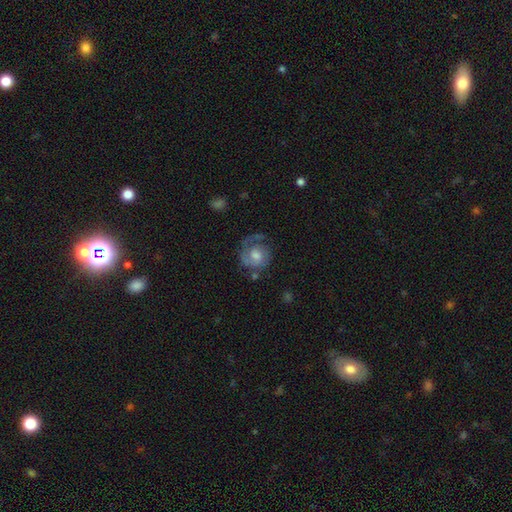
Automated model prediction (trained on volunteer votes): Smooth or featured?
  - featured or disk: 74% *
  - smooth: 19%
  - star or artifact: 7%
Edge-on disk?
  - no: 98% *
  - yes: 2%
Bar?
  - no: 65% *
  - weak: 31%
  - strong: 5%
Spiral arms?
  - yes: 91% *
  - no: 9%
Spiral winding?
  - tight: 53% *
  - medium: 35%
  - loose: 12%
Spiral arm count?
  - 2: 41% *
  - 1: 40%
  - can't tell: 12%
  - 3: 4%
  - 4: 1%
  - more than 4: 1%
Bulge size?
  - moderate: 58% *
  - small: 21%
  - large: 15%
  - none: 4%
  - dominant: 2%
Merging?
  - none: 61% *
  - minor disturbance: 20%
  - major disturbance: 16%
  - merger: 3%